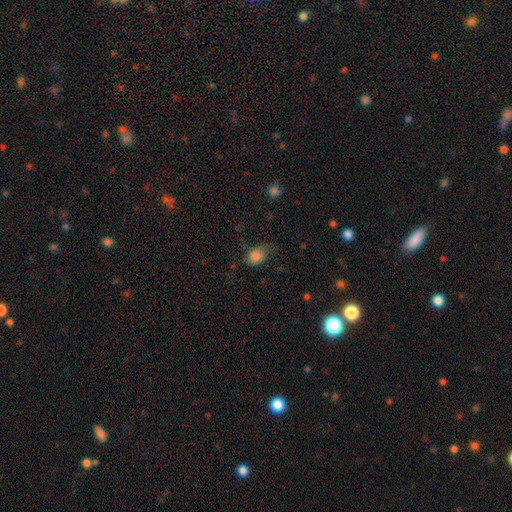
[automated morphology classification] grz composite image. It shows a smooth galaxy with no disk features (83%) that is in between round and cigar-shaped (74%). Merging: none (53%).